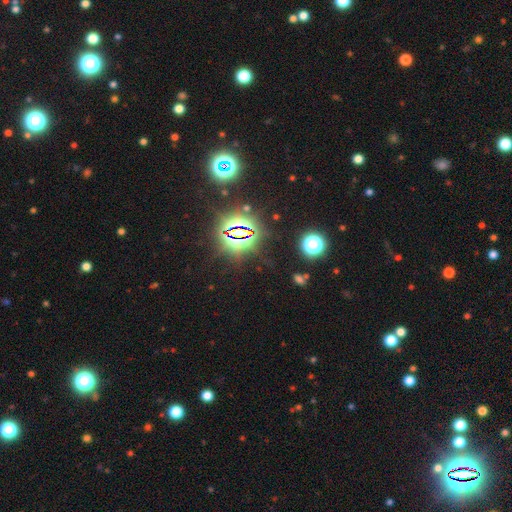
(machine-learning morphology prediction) Smooth or featured: star or artifact — 81% (smooth — 13%)